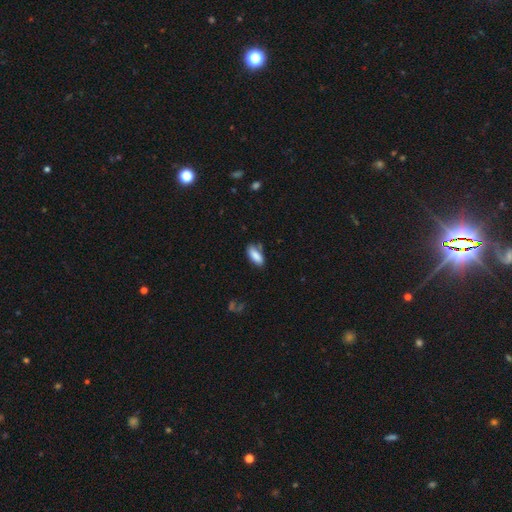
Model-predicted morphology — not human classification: Smooth or featured: smooth — 87% (featured or disk — 7%)
How rounded: in between — 80% (cigar-shaped — 18%)
Merging: none — 74% (minor disturbance — 18%)